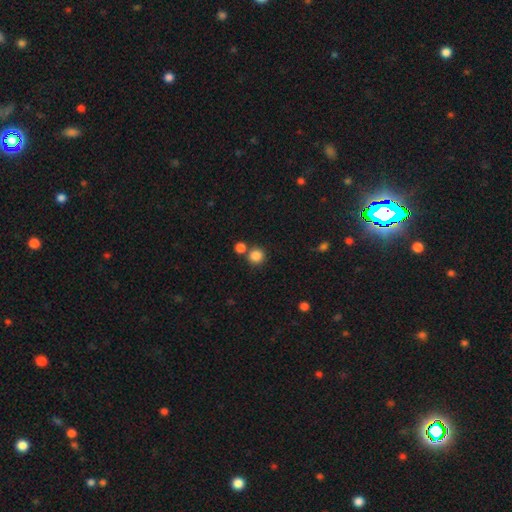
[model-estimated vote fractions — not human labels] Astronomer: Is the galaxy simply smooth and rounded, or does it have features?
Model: smooth — 85%.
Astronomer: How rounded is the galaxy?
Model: round — 92%.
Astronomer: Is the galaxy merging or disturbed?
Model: none — 71%.